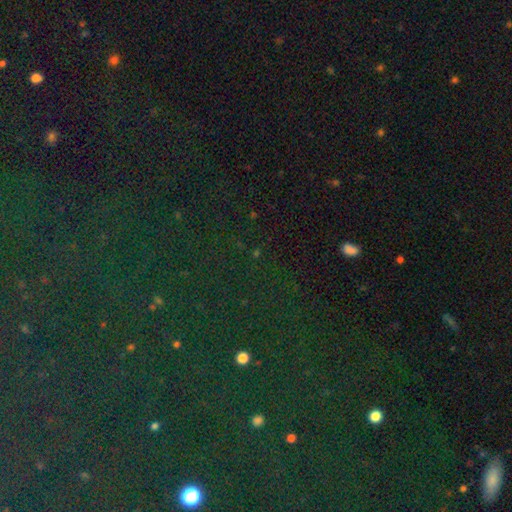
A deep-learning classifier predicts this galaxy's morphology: This appears to be a star or artifact, not a galaxy (79%).